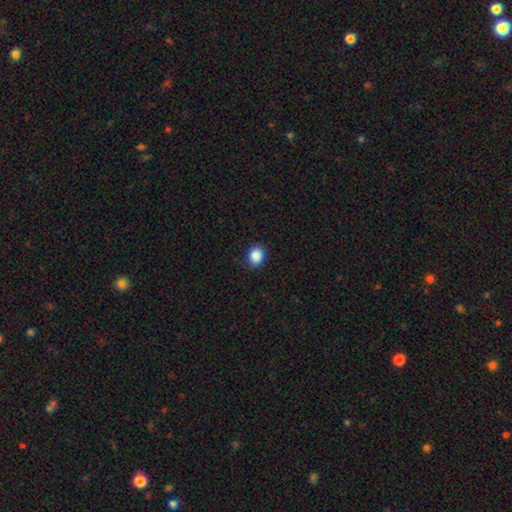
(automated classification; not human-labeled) smooth 88%, star or artifact 9%, featured or disk 4%. Down the decision tree: how rounded — round (56%); merging — none (87%).